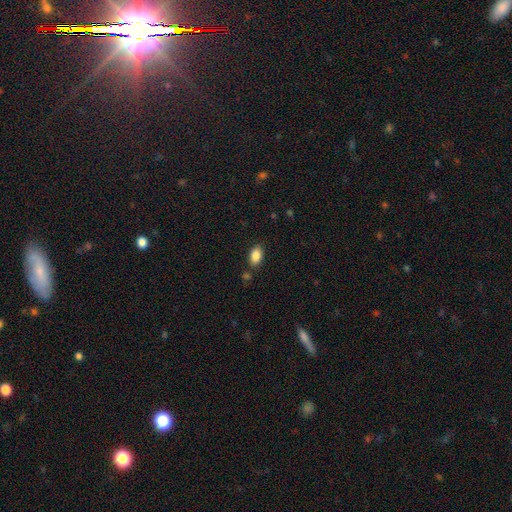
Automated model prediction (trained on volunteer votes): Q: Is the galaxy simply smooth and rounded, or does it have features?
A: smooth — 86%.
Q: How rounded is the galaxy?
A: in between — 90%.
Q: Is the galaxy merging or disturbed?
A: none — 81%.